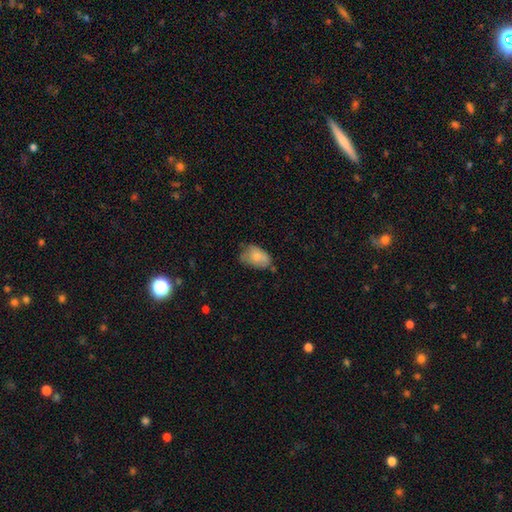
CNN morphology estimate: This is likely a smooth galaxy (74%). How rounded: clearly in between (89%). Merging: possibly none (48%).